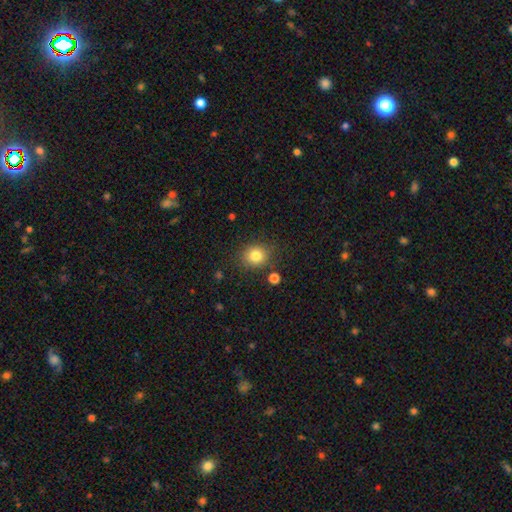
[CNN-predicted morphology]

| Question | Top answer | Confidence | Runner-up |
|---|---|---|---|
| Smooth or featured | smooth | 81% | star or artifact (12%) |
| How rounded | round | 77% | in between (22%) |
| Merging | none | 82% | minor disturbance (11%) |